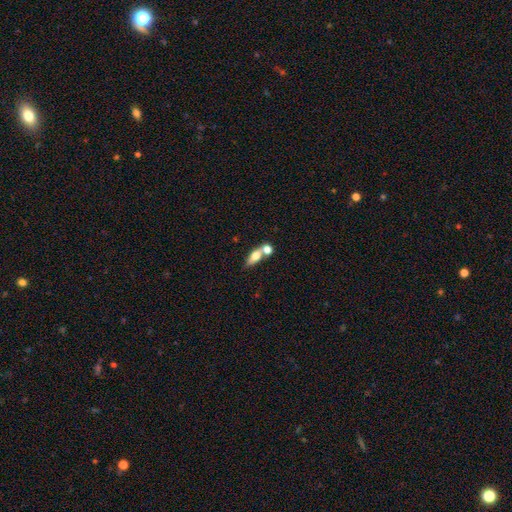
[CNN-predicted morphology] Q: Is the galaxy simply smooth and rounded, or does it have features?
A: smooth — 66%.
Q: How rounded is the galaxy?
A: in between — 67%.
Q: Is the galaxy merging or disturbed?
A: merger — 47%.